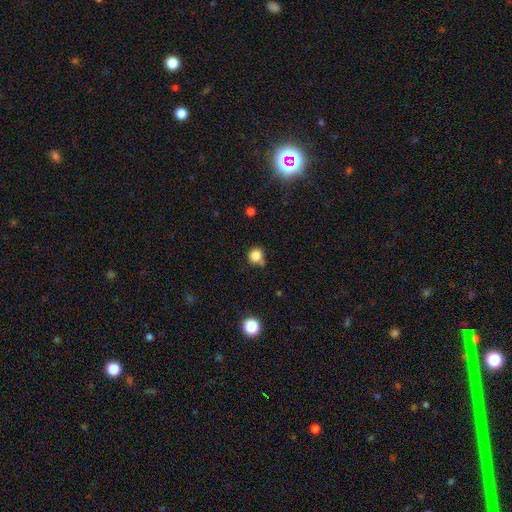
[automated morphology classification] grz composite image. It shows a smooth galaxy with no disk features (83%) that is round (86%). Merging: none (60%).